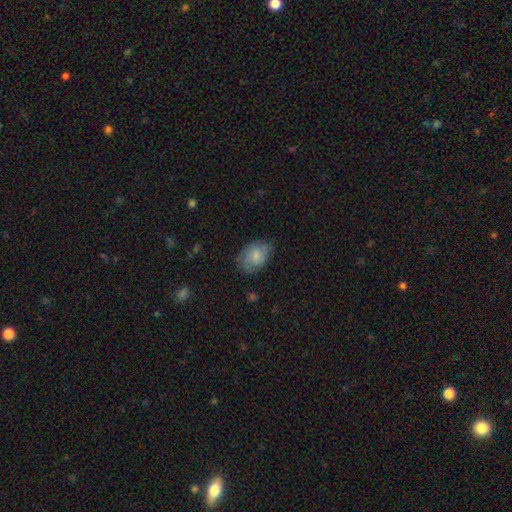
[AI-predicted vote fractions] Morphology: type=smooth (70%); roundness=in between (76%); merging=none (62%).